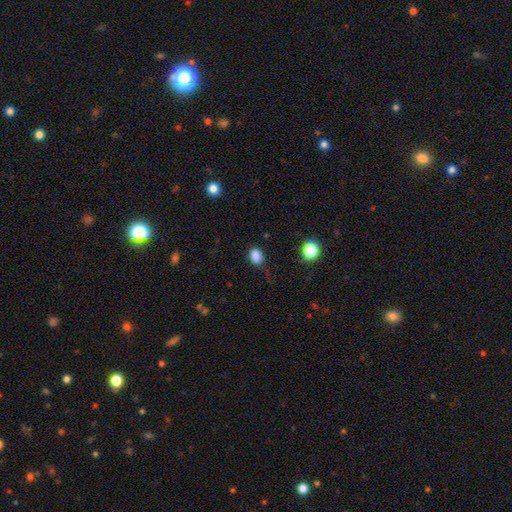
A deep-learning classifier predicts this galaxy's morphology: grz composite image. It shows a smooth galaxy with no disk features (85%) that is in between round and cigar-shaped (69%). Merging: none (69%).